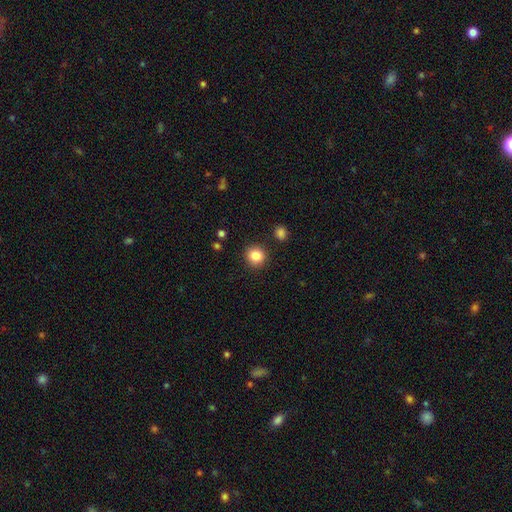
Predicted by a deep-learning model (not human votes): Smooth or featured? smooth (85%)
How rounded? round (91%)
Merging? none (90%)